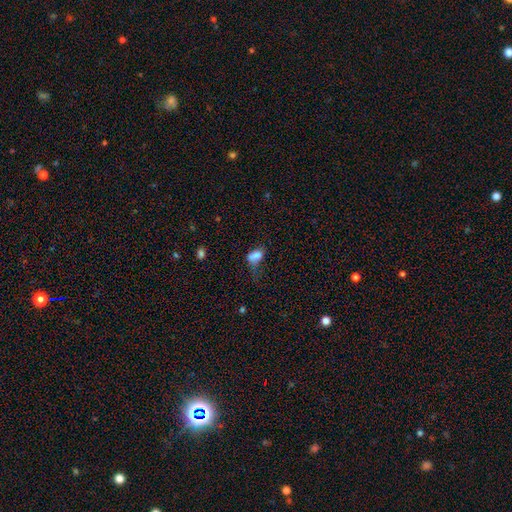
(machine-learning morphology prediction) Overall: smooth (71%). How rounded: in between (80%). Merging: major disturbance (33%; minor disturbance 26%).